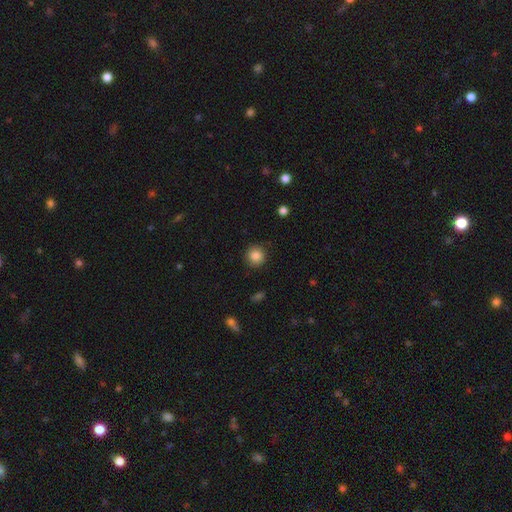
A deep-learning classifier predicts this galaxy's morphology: Overall: smooth (86%). How rounded: round (93%). Merging: none (90%).